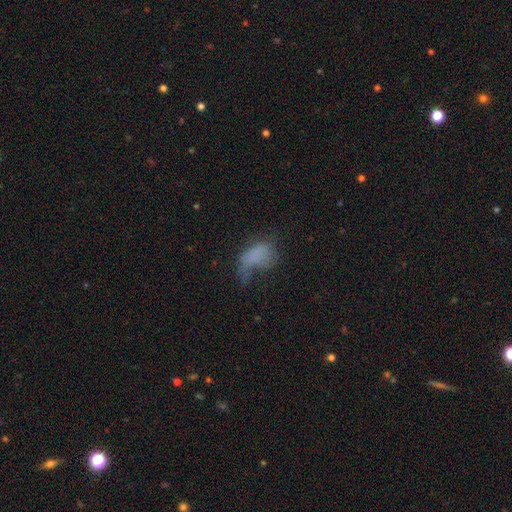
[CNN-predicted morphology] A smooth galaxy with no disk features (60%) that is in between round and cigar-shaped (87%).

Vote fractions:
- Smooth or featured? smooth: 60% / featured or disk: 25% / star or artifact: 15%
- How rounded? in between: 87% / round: 9% / cigar-shaped: 3%
- Merging? major disturbance: 51% / none: 22% / minor disturbance: 21% / merger: 6%